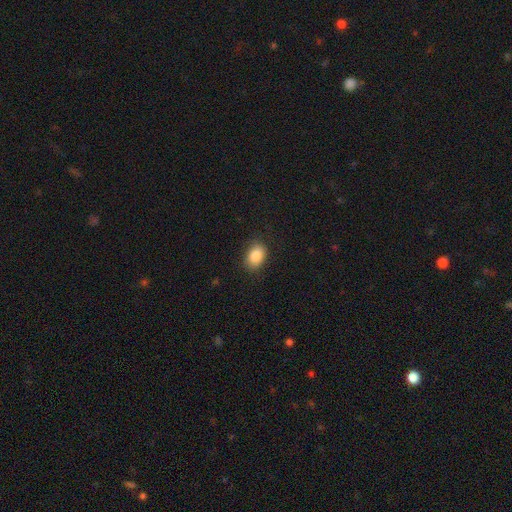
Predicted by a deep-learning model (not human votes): A smooth galaxy with no disk features (86%) that is in between round and cigar-shaped (78%).

Vote fractions:
- Smooth or featured? smooth: 86% / star or artifact: 8% / featured or disk: 6%
- How rounded? in between: 78% / round: 21% / cigar-shaped: 1%
- Merging? none: 84% / minor disturbance: 12% / major disturbance: 3% / merger: 1%